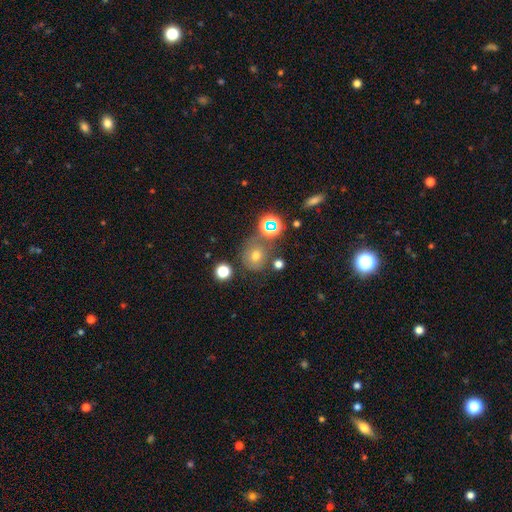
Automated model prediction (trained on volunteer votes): smooth 58%, star or artifact 26%, featured or disk 16%. Down the decision tree: how rounded — round (81%); merging — none (68%).